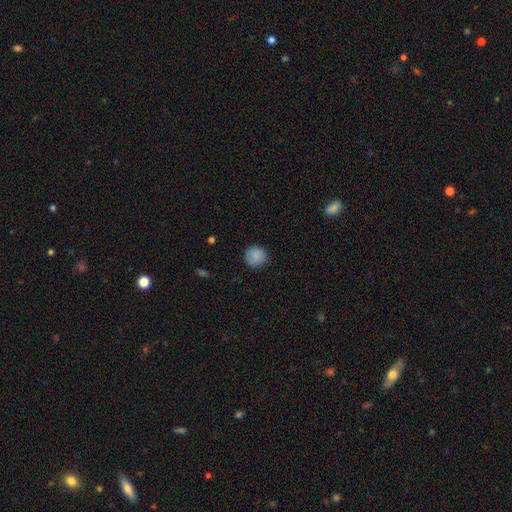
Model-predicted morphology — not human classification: smooth_or_featured: smooth (p=0.87) [alt: star or artifact p=0.08]
how_rounded: round (p=0.93) [alt: in between p=0.06]
merging: none (p=0.86) [alt: minor disturbance p=0.11]